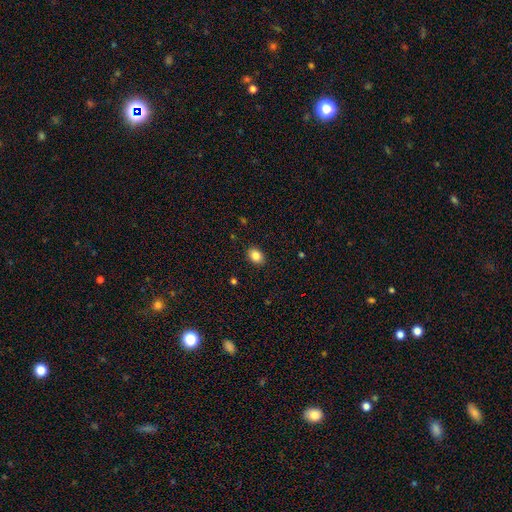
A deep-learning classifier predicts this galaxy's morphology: Q: Smooth or featured?
A: smooth (86%); runner-up: star or artifact (9%)
Q: How rounded?
A: in between (70%); runner-up: round (29%)
Q: Merging?
A: none (89%); runner-up: minor disturbance (8%)